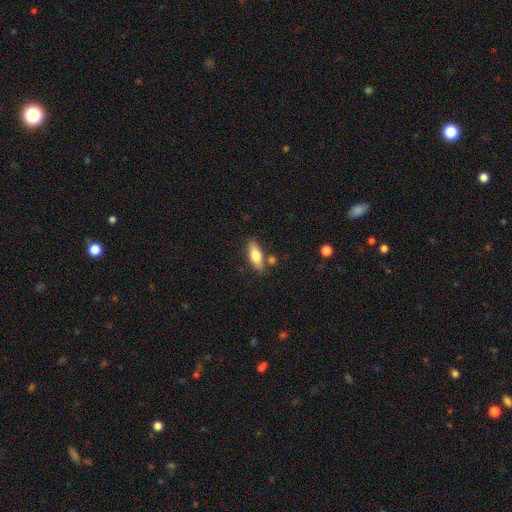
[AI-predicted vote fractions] Overall: smooth (72%). How rounded: in between (72%). Merging: none (76%).